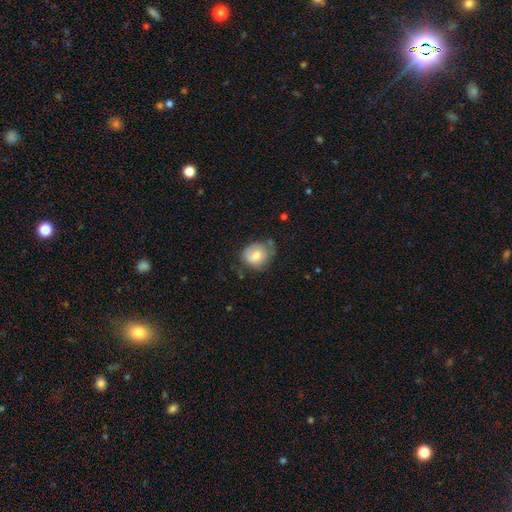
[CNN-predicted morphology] Q: Smooth or featured?
A: smooth (68%); runner-up: featured or disk (24%)
Q: How rounded?
A: round (56%); runner-up: in between (43%)
Q: Merging?
A: none (47%); runner-up: minor disturbance (35%)